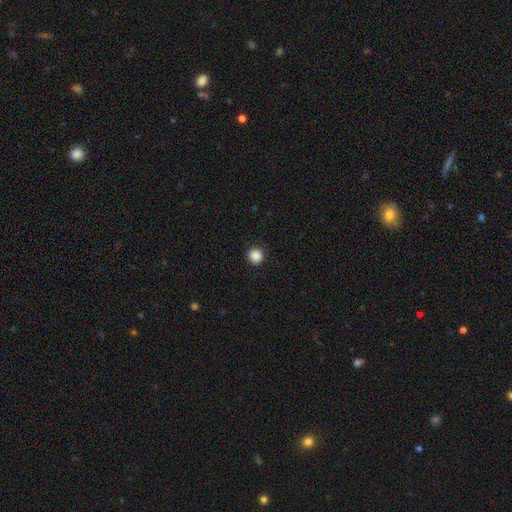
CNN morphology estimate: A smooth galaxy with no disk features (88%) that is round (96%). Merging: none (93%).